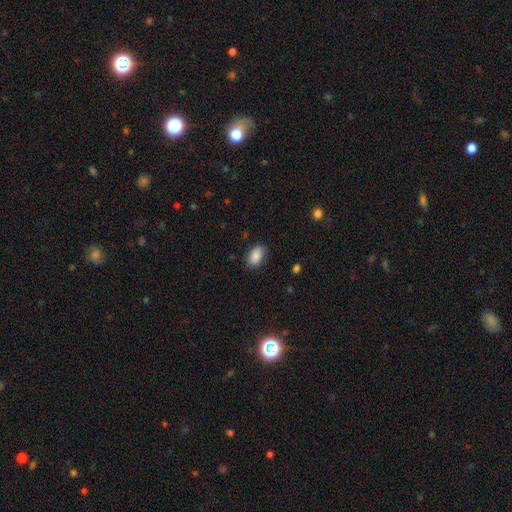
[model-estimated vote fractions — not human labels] Morphology: type=smooth (87%); roundness=in between (91%); merging=none (78%).